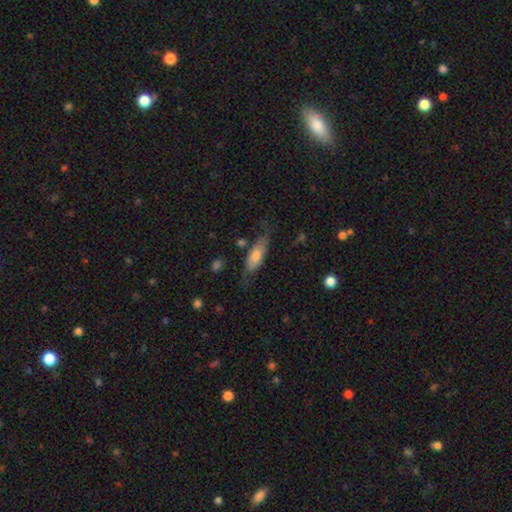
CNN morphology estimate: This appears to be a smooth galaxy with no disk features (63%) that is in between round and cigar-shaped (66%). Merging: none (60%).